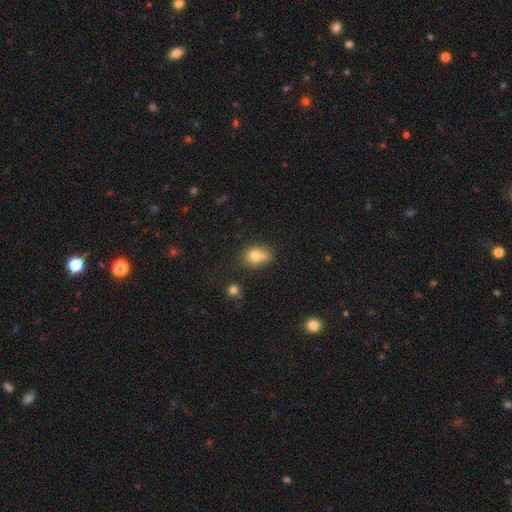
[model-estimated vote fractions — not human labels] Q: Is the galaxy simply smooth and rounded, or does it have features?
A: smooth — 75%.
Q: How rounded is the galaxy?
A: round — 54%.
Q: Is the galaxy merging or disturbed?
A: none — 45%.